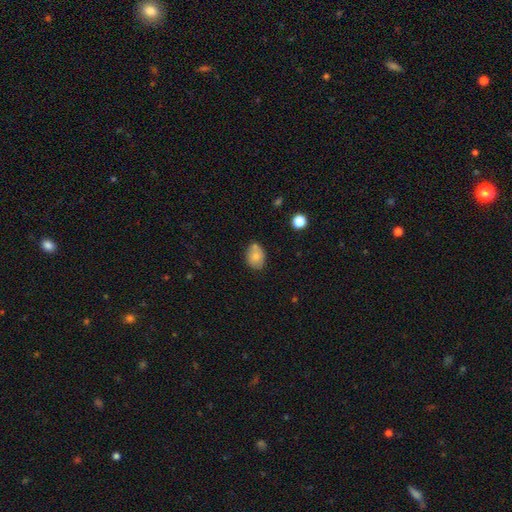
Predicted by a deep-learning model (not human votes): This is likely a smooth galaxy (76%). How rounded: likely in between (68%). Merging: likely none (61%).